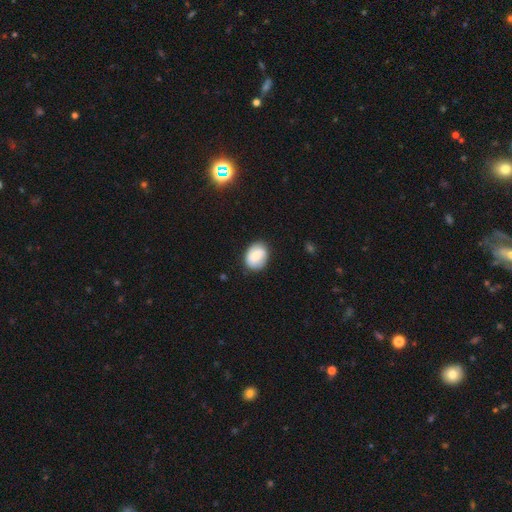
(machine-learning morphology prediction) Smooth or featured? smooth (74%)
How rounded? in between (63%)
Merging? none (80%)